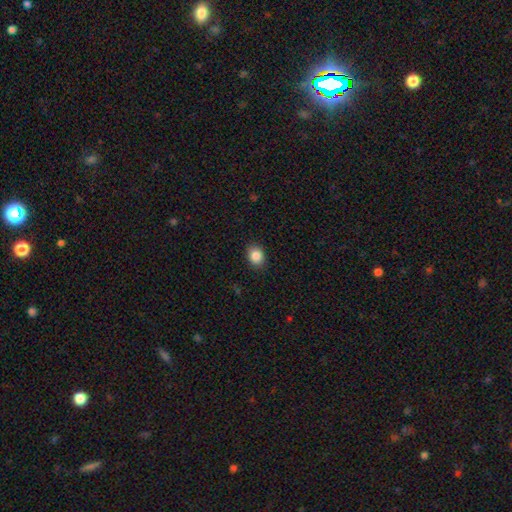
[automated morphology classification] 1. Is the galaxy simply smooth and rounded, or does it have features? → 86% smooth, 9% star or artifact, 4% featured or disk.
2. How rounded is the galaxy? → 50% in between, 49% round, 1% cigar-shaped.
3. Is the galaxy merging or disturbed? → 88% none, 9% minor disturbance, 2% major disturbance, 1% merger.